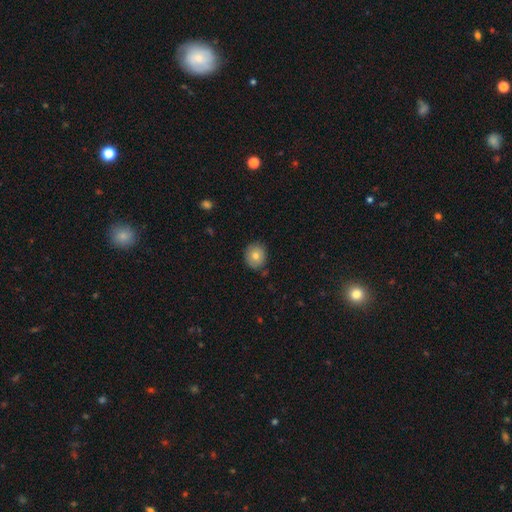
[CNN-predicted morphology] Smooth or featured?
  - smooth: 76% *
  - featured or disk: 15%
  - star or artifact: 9%
How rounded?
  - round: 83% *
  - in between: 16%
  - cigar-shaped: 1%
Merging?
  - none: 83% *
  - minor disturbance: 12%
  - major disturbance: 2%
  - merger: 2%